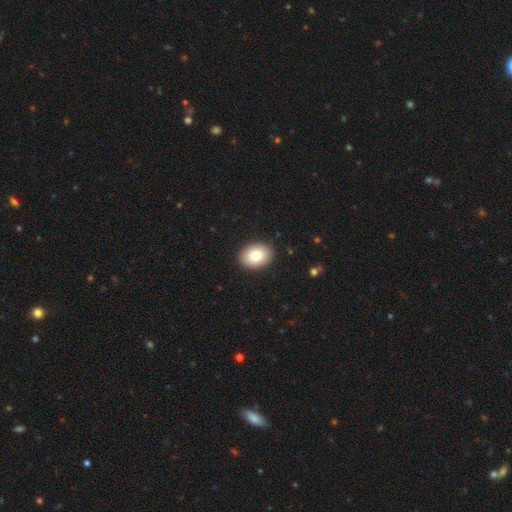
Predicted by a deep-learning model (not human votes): Morphology: type=smooth (81%); roundness=in between (71%); merging=none (91%).